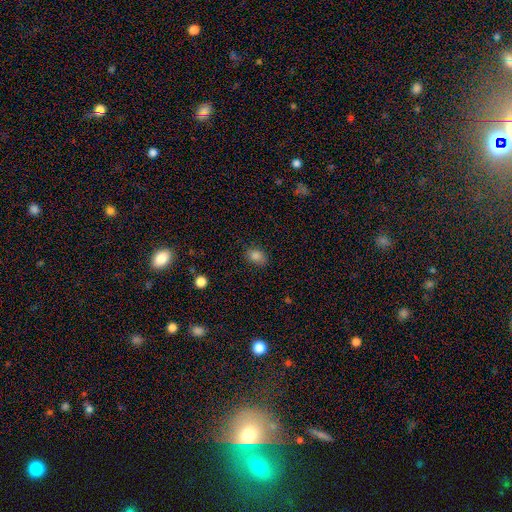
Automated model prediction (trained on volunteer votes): Smooth or featured? Predicted: smooth (p=0.84). How rounded? Predicted: in between (p=0.68). Merging? Predicted: none (p=0.75).